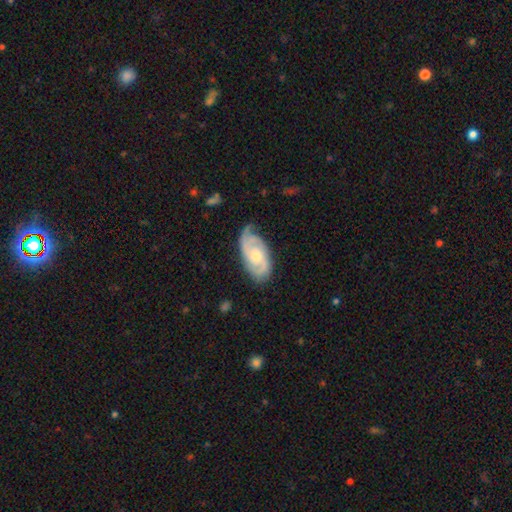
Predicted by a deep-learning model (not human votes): A featured or disk galaxy (84%) with no bar (66%), 2 (56%) tight (53%) spiral arms (96%) and a moderate central bulge (52%).

Vote fractions:
- Smooth or featured? featured or disk: 84% / smooth: 12% / star or artifact: 5%
- Edge-on disk? no: 96% / yes: 4%
- Bar? no: 66% / weak: 29% / strong: 5%
- Spiral arms? yes: 96% / no: 4%
- Spiral winding? tight: 53% / medium: 38% / loose: 10%
- Spiral arm count? 2: 56% / 3: 19% / can't tell: 14% / 1: 5% / 4: 3% / more than 4: 3%
- Bulge size? moderate: 52% / small: 43% / large: 2% / none: 2% / dominant: 1%
- Merging? none: 68% / minor disturbance: 23% / major disturbance: 7% / merger: 1%